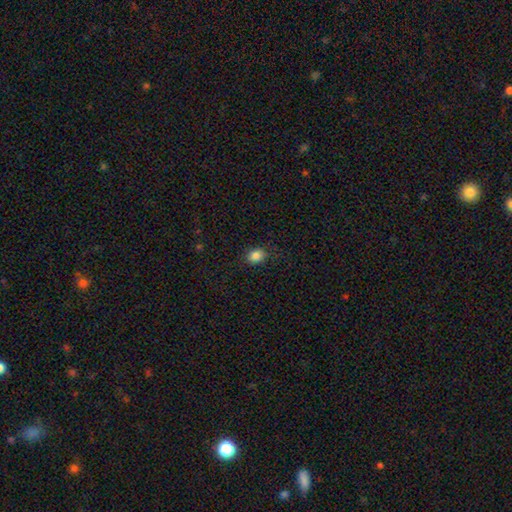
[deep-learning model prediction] Smooth or featured?
  - smooth: 85% *
  - star or artifact: 10%
  - featured or disk: 4%
How rounded?
  - in between: 54% *
  - round: 45%
  - cigar-shaped: 1%
Merging?
  - none: 82% *
  - minor disturbance: 14%
  - major disturbance: 4%
  - merger: 1%